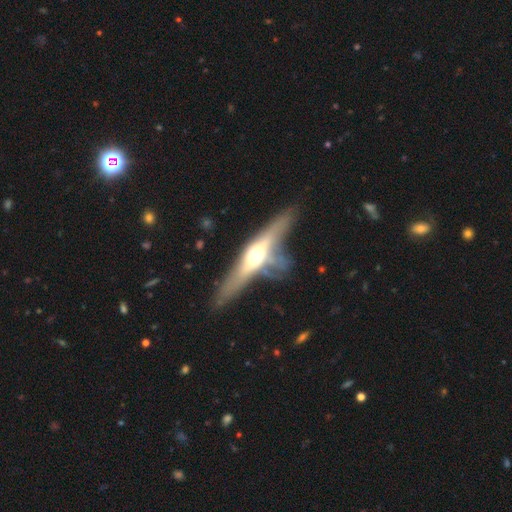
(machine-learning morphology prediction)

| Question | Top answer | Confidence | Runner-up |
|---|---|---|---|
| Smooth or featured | featured or disk | 69% | smooth (25%) |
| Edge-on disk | yes | 88% | no (12%) |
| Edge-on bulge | rounded | 90% | boxy (6%) |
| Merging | none | 60% | minor disturbance (19%) |